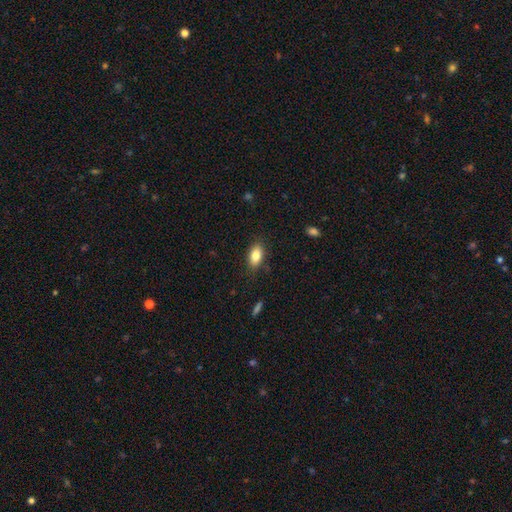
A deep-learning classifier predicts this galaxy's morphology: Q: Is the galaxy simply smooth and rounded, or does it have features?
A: smooth — 84%.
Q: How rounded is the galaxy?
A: in between — 89%.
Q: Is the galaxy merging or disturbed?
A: none — 84%.